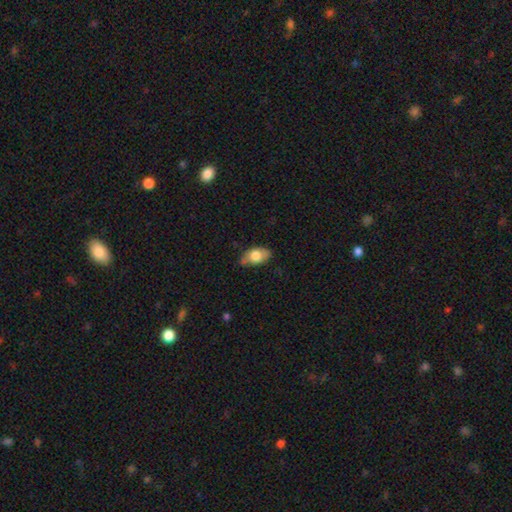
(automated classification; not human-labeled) Smooth or featured? smooth (72%)
How rounded? in between (89%)
Merging? none (66%)